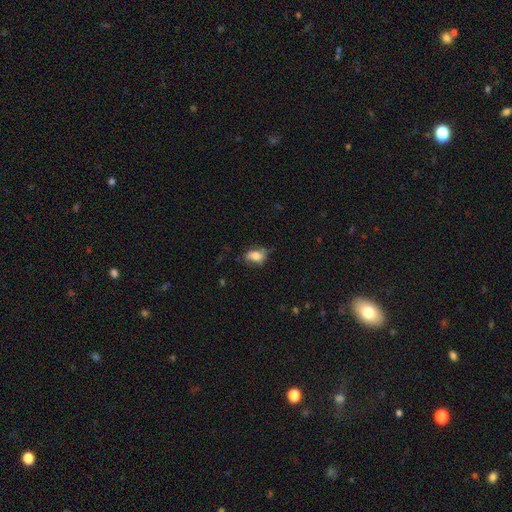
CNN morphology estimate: The model was most divided on "merging": none: 53%, minor disturbance: 33%, major disturbance: 12%, merger: 2%. More confident: how rounded — in between (80%); smooth or featured — smooth (69%).